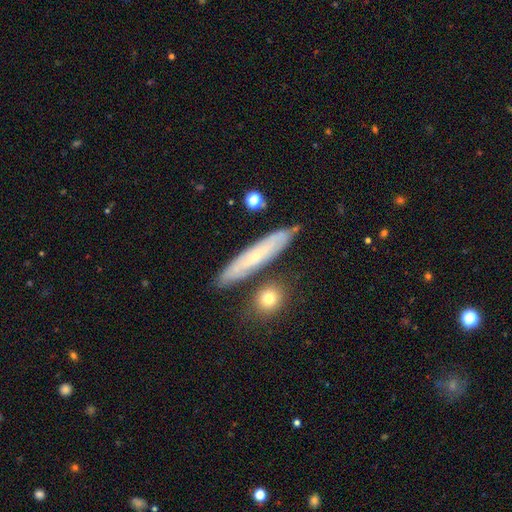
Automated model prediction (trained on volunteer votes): Morphology: type=featured or disk (52%); edge-on=yes (59%); merging=none (80%).